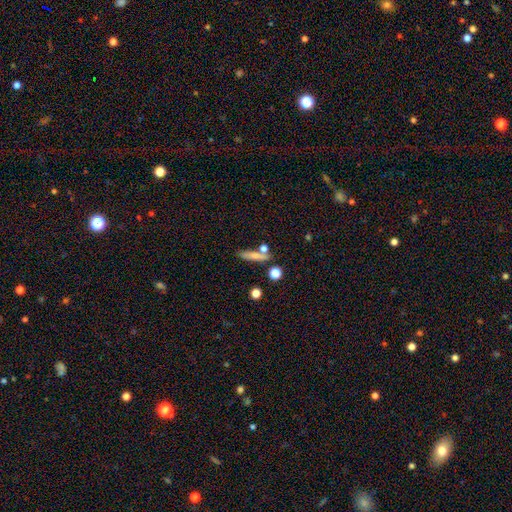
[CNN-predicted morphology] smooth-or-featured: smooth: 71% | featured or disk: 19% | star or artifact: 10%
  how-rounded: cigar-shaped: 77% | in between: 15% | round: 8%
  merging: none: 73% | minor disturbance: 12% | merger: 11% | major disturbance: 4%